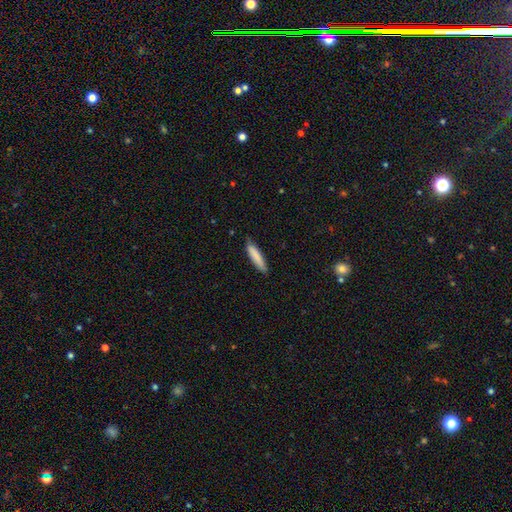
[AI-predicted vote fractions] Morphology: type=smooth (83%); roundness=cigar-shaped (83%); merging=none (82%).